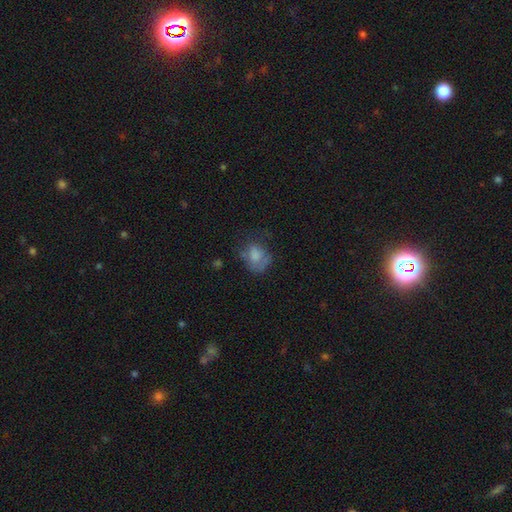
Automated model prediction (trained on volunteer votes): This appears to be a smooth galaxy with no disk features (66%) that is in between round and cigar-shaped (50%). Merging: none (40%).